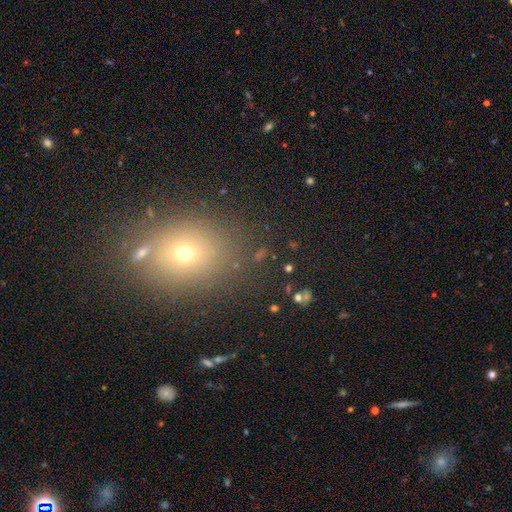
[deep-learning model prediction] The model was most divided on "how rounded": round: 57%, in between: 41%, cigar-shaped: 2%. More confident: merging — none (78%); smooth or featured — smooth (54%).